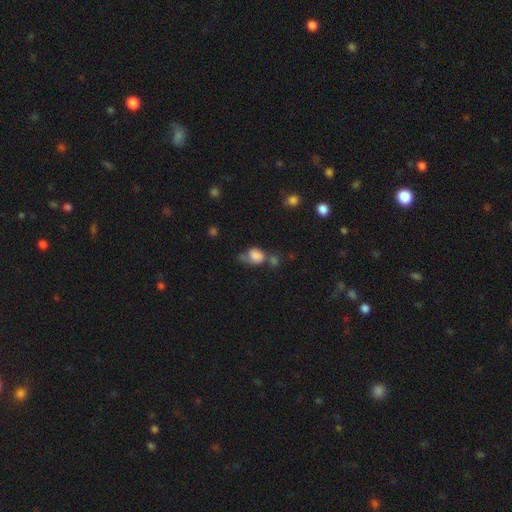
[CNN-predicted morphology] Q: Smooth or featured?
A: smooth (79%); runner-up: featured or disk (11%)
Q: How rounded?
A: in between (59%); runner-up: round (39%)
Q: Merging?
A: none (29%); runner-up: merger (28%)